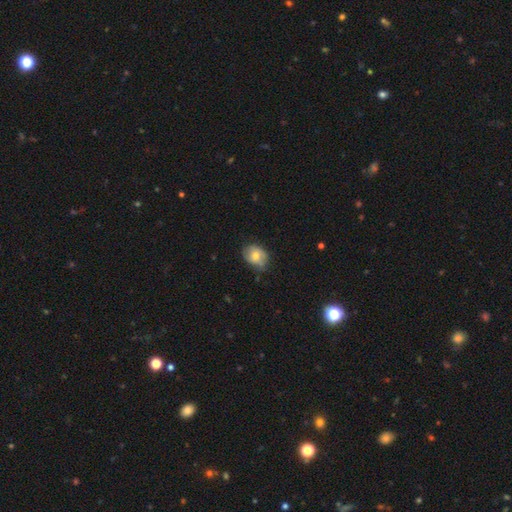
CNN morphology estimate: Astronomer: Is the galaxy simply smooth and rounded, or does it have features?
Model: smooth — 68%.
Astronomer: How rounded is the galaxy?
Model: in between — 54% (runner-up: round, 45%).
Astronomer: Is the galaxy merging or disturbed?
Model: none — 63%.